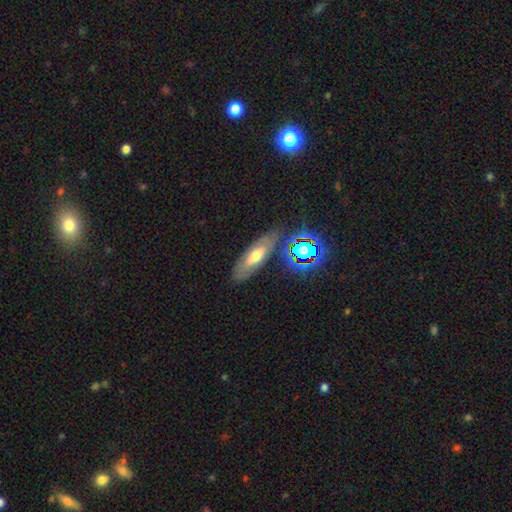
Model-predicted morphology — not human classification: This appears to be a smooth galaxy with no disk features (49%). Merging: none (78%).